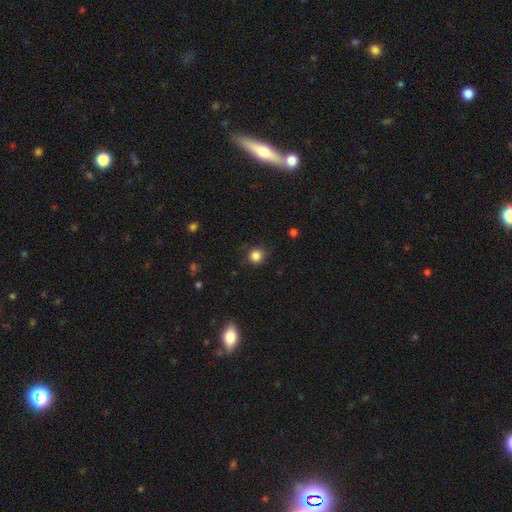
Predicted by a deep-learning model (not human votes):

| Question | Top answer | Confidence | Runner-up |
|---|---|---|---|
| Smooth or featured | smooth | 85% | star or artifact (12%) |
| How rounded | round | 92% | in between (7%) |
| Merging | none | 84% | minor disturbance (12%) |